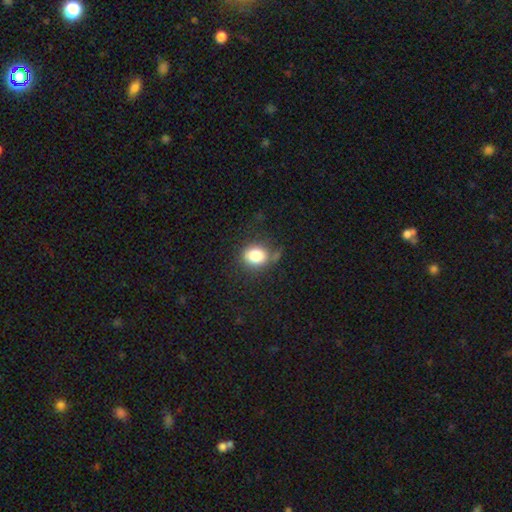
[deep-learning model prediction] Smooth or featured? Predicted: smooth (p=0.83). How rounded? Predicted: round (p=0.58). Merging? Predicted: none (p=0.68).